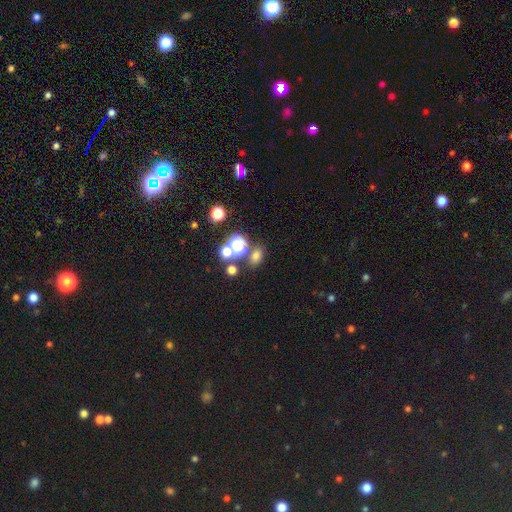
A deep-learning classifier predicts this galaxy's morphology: This is likely a smooth galaxy (65%). How rounded: likely in between (63%). Merging: likely none (69%).